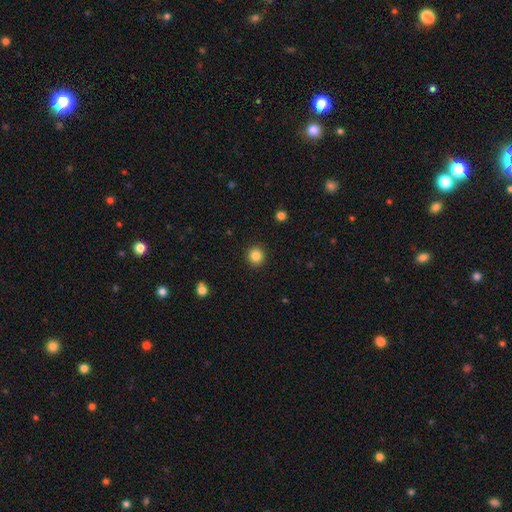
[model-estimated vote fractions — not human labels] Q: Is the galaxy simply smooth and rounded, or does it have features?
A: smooth — 84%.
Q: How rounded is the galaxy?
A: round — 93%.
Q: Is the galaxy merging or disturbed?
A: none — 92%.